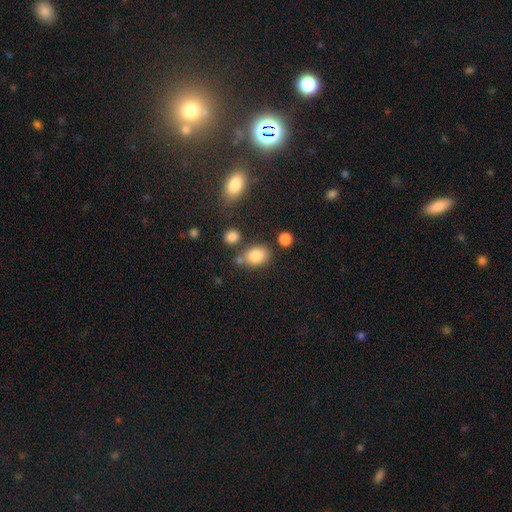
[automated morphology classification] A smooth galaxy with no disk features (83%) that is in between round and cigar-shaped (74%). Merging: none (68%).